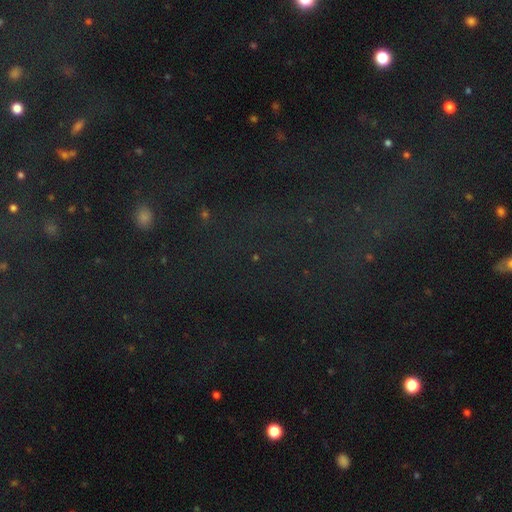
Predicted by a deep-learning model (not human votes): smooth-or-featured: star or artifact: 72% | smooth: 17% | featured or disk: 11%